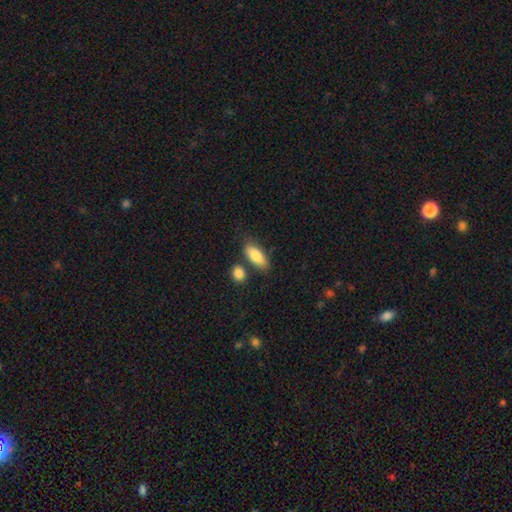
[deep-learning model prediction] The model was most divided on "merging": none: 70%, minor disturbance: 13%, merger: 13%, major disturbance: 3%. More confident: smooth or featured — smooth (83%); how rounded — in between (83%).